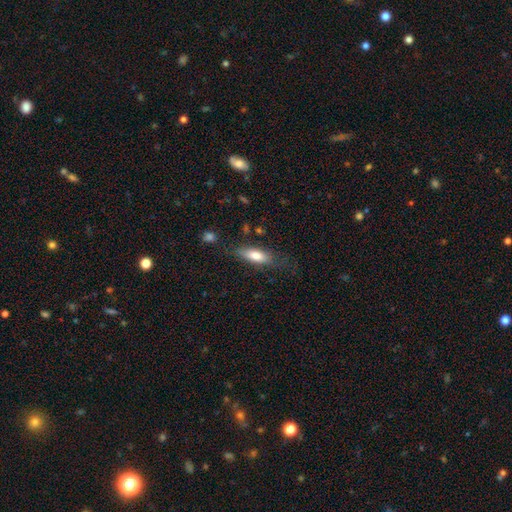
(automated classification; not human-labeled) Smooth or featured: smooth — 74% (featured or disk — 19%)
How rounded: in between — 63% (cigar-shaped — 35%)
Merging: none — 69% (minor disturbance — 21%)